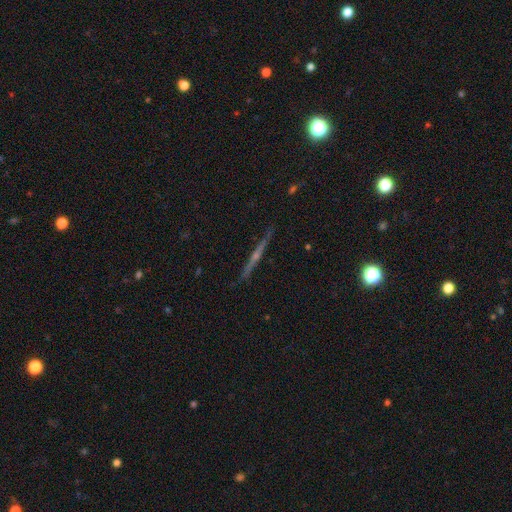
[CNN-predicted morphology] Q: Smooth or featured?
A: featured or disk (78%); runner-up: smooth (15%)
Q: Edge-on disk?
A: yes (98%); runner-up: no (2%)
Q: Edge-on bulge?
A: rounded (72%); runner-up: none (21%)
Q: Merging?
A: none (91%); runner-up: minor disturbance (7%)